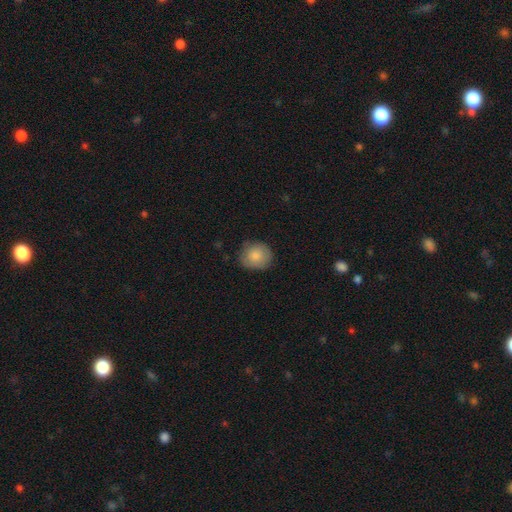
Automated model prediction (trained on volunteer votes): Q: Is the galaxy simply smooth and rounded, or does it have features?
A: smooth — 81%.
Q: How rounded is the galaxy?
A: round — 75%.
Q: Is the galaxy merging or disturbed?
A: none — 74%.